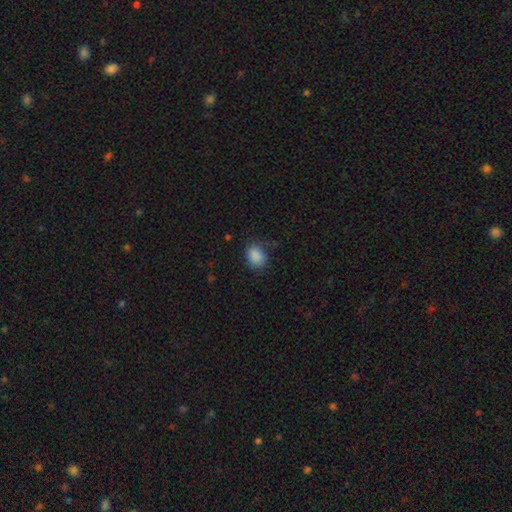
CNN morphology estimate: A smooth galaxy with no disk features (88%) that is in between round and cigar-shaped (63%).

Vote fractions:
- Smooth or featured? smooth: 88% / star or artifact: 9% / featured or disk: 3%
- How rounded? in between: 63% / round: 36% / cigar-shaped: 1%
- Merging? none: 81% / minor disturbance: 14% / major disturbance: 4% / merger: 1%